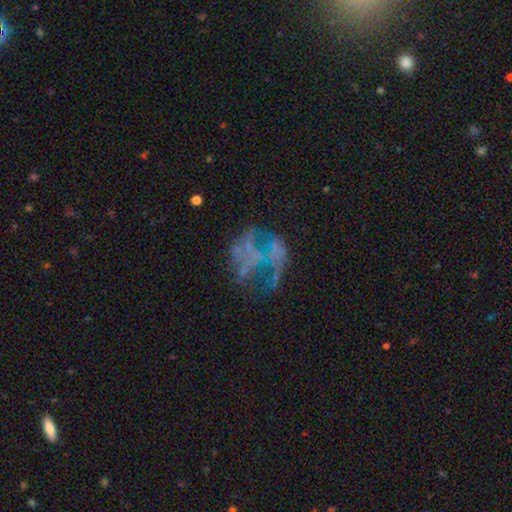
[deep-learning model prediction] Smooth or featured: featured or disk — 64% (star or artifact — 22%)
Edge-on disk: no — 98% (yes — 2%)
Bar: no — 86% (weak — 9%)
Spiral arms: no — 76% (yes — 24%)
Bulge size: none — 84% (small — 9%)
Merging: major disturbance — 38% (tied with none — 38%)